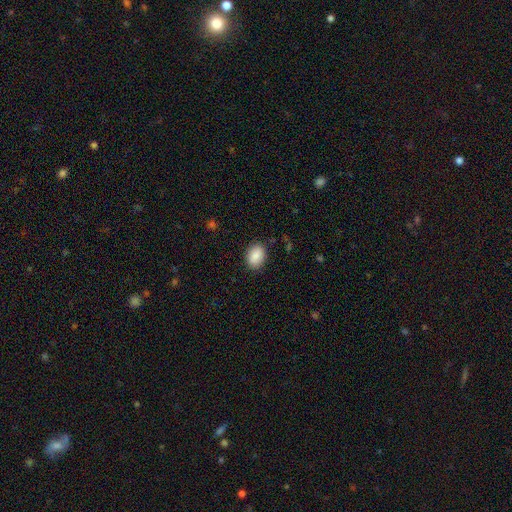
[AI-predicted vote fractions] Smooth or featured? smooth (89%)
How rounded? in between (77%)
Merging? none (86%)